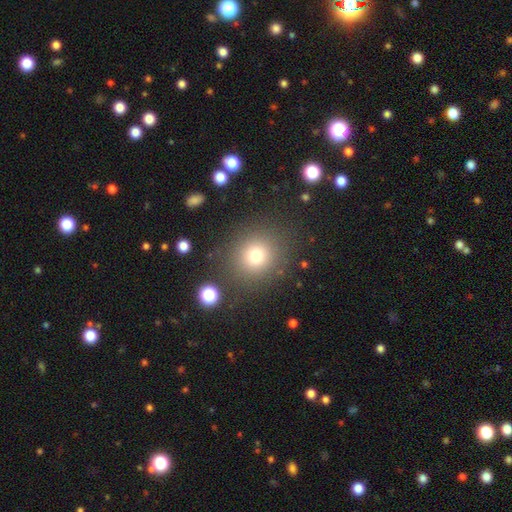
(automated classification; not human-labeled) Morphology: type=smooth (74%); roundness=round (88%); merging=none (84%).